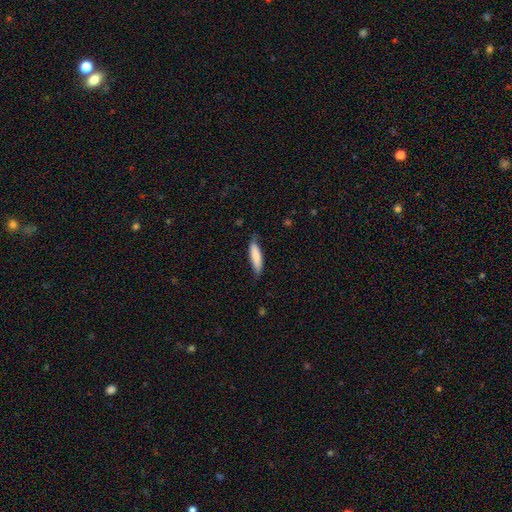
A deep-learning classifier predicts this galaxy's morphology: Q: Smooth or featured?
A: smooth (83%); runner-up: featured or disk (12%)
Q: How rounded?
A: cigar-shaped (70%); runner-up: in between (29%)
Q: Merging?
A: none (72%); runner-up: minor disturbance (24%)